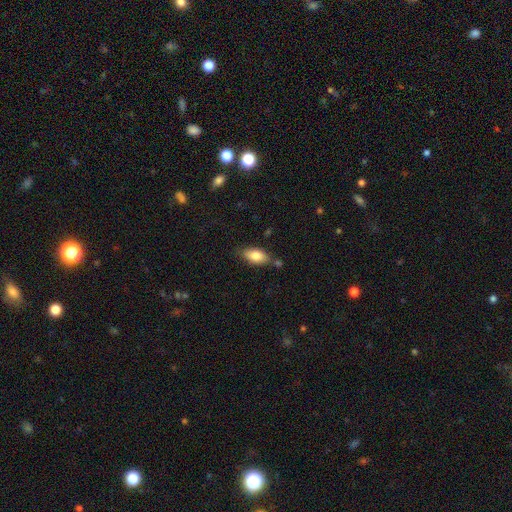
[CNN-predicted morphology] Q: Smooth or featured?
A: smooth (82%); runner-up: featured or disk (11%)
Q: How rounded?
A: in between (90%); runner-up: cigar-shaped (7%)
Q: Merging?
A: none (73%); runner-up: minor disturbance (17%)